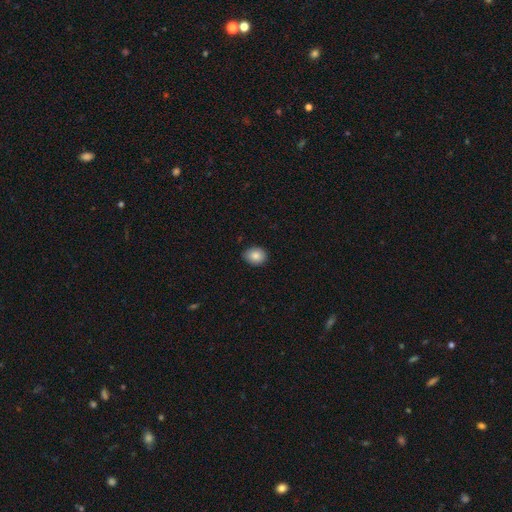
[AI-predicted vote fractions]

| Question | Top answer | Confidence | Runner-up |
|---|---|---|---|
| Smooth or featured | smooth | 85% | star or artifact (8%) |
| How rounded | round | 54% | in between (45%) |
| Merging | none | 83% | minor disturbance (14%) |